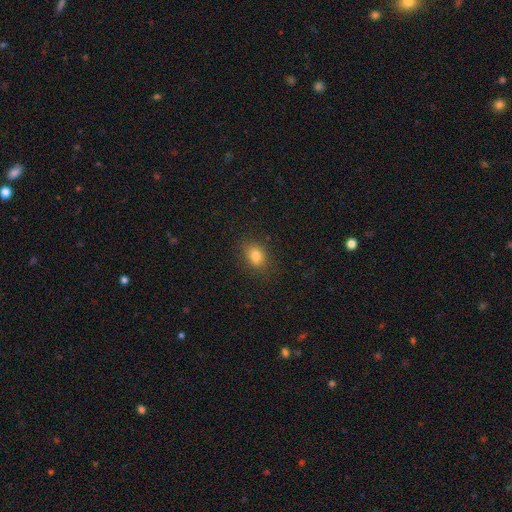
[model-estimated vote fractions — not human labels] Q: Smooth or featured?
A: smooth (80%); runner-up: star or artifact (12%)
Q: How rounded?
A: in between (63%); runner-up: round (36%)
Q: Merging?
A: none (82%); runner-up: minor disturbance (13%)